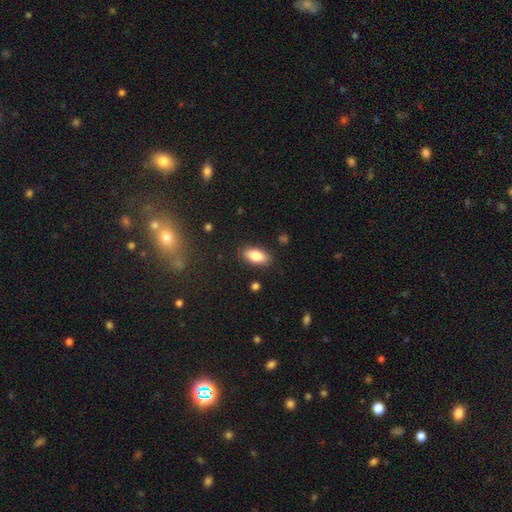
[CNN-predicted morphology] Smooth or featured?
  - smooth: 83% *
  - featured or disk: 10%
  - star or artifact: 7%
How rounded?
  - in between: 89% *
  - cigar-shaped: 7%
  - round: 3%
Merging?
  - none: 86% *
  - minor disturbance: 10%
  - major disturbance: 2%
  - merger: 1%